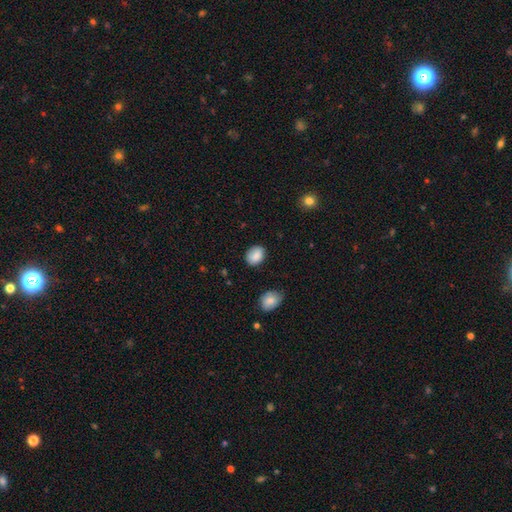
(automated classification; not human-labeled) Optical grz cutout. It shows a smooth galaxy with no disk features (87%) that is in between round and cigar-shaped (56%). Merging: none (81%).